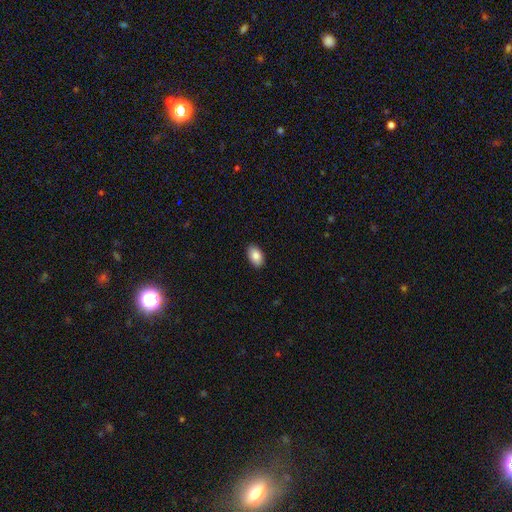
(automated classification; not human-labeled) Smooth or featured? smooth (88%)
How rounded? in between (93%)
Merging? none (90%)